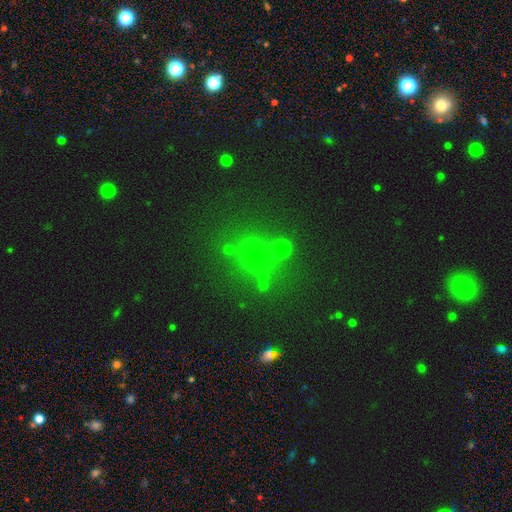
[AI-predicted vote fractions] Smooth or featured: smooth — 53% (star or artifact — 37%)
How rounded: round — 83% (in between — 15%)
Merging: none — 74% (merger — 12%)